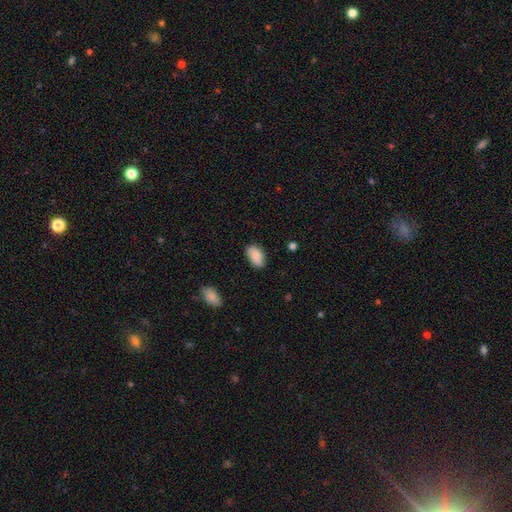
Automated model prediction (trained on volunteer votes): A smooth galaxy with no disk features (83%) that is in between round and cigar-shaped (92%).

Vote fractions:
- Smooth or featured? smooth: 83% / featured or disk: 11% / star or artifact: 7%
- How rounded? in between: 92% / round: 6% / cigar-shaped: 2%
- Merging? none: 78% / minor disturbance: 17% / major disturbance: 3% / merger: 2%